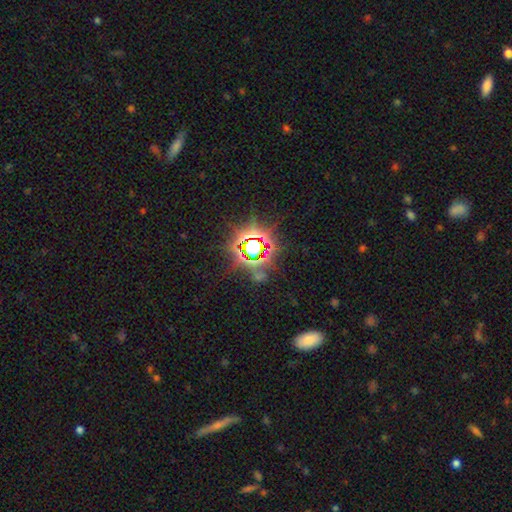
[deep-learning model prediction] This is clearly a star or artifact rather than a galaxy (80%).